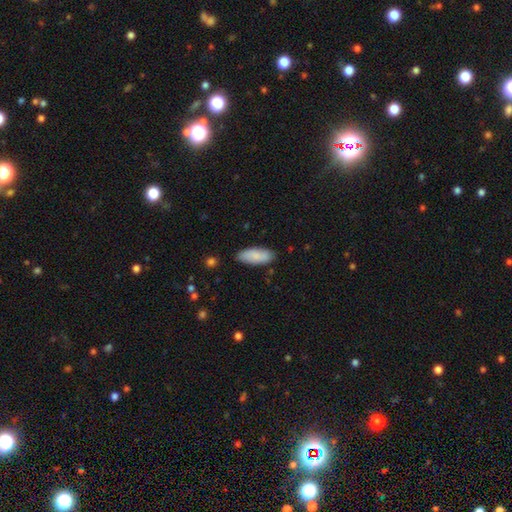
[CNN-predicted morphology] Q: Smooth or featured?
A: smooth (84%); runner-up: featured or disk (10%)
Q: How rounded?
A: in between (79%); runner-up: cigar-shaped (19%)
Q: Merging?
A: none (83%); runner-up: minor disturbance (13%)